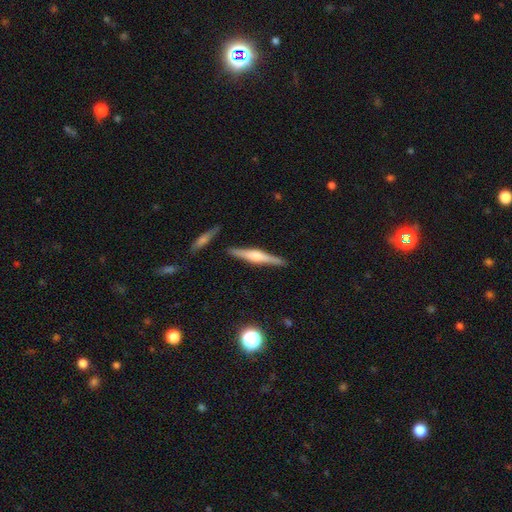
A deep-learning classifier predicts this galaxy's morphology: type=featured or disk (73%); edge-on=yes (98%); edge-on bulge=rounded (73%); merging=none (89%).